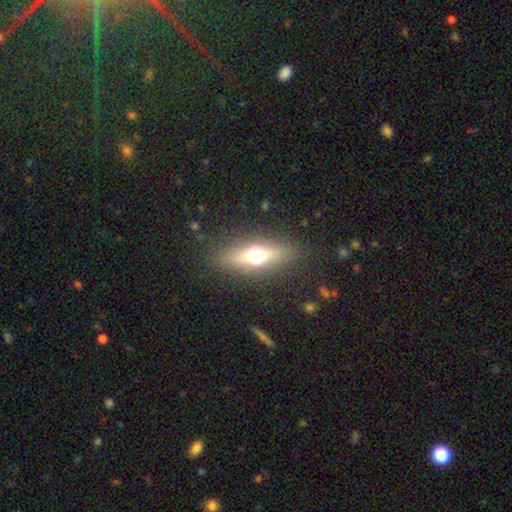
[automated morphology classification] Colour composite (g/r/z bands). It shows a smooth galaxy with no disk features (47%). Merging: none (86%).